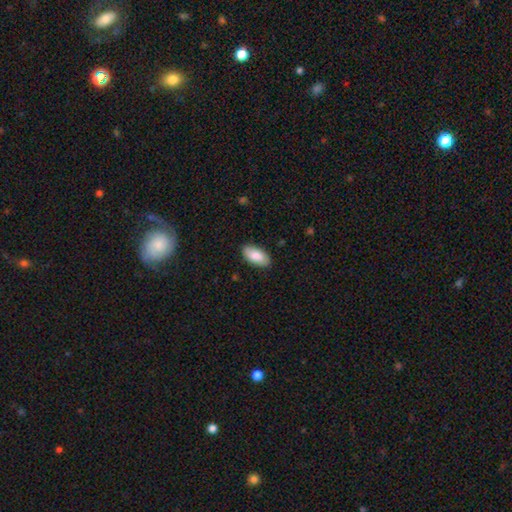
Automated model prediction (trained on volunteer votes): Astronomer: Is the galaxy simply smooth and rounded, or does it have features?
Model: smooth — 85%.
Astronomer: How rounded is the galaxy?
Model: in between — 94%.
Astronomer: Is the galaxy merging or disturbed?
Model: none — 87%.